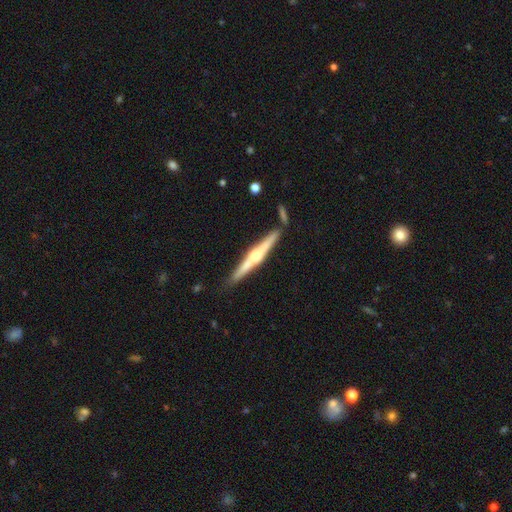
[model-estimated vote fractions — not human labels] A featured or disk galaxy (74%) viewed edge-on (98%) with a rounded central bulge (79%). Merging: none (81%).